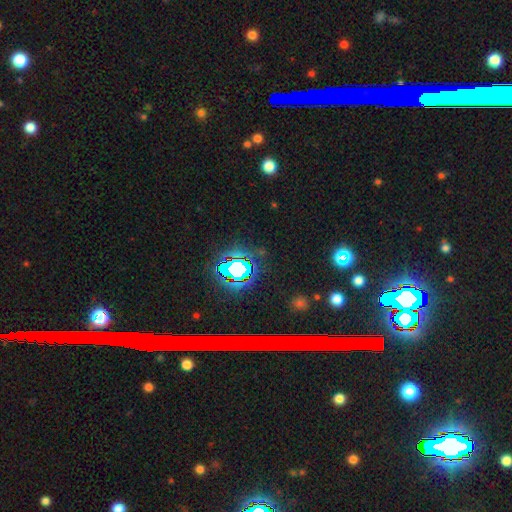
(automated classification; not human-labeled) The model was most divided on "smooth or featured": star or artifact: 76%, smooth: 13%, featured or disk: 11%.